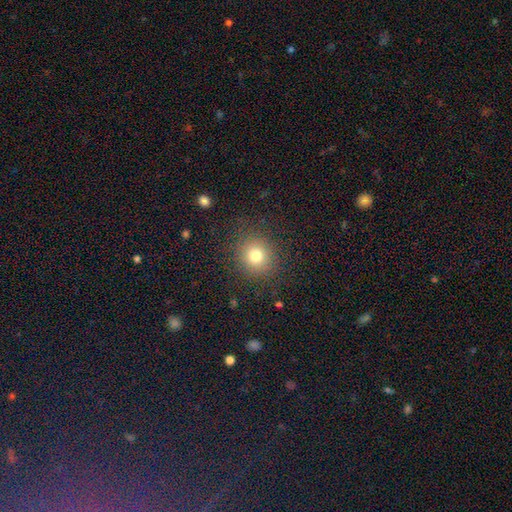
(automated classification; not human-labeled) smooth 77%, star or artifact 14%, featured or disk 9%. Down the decision tree: how rounded — round (88%); merging — none (86%).